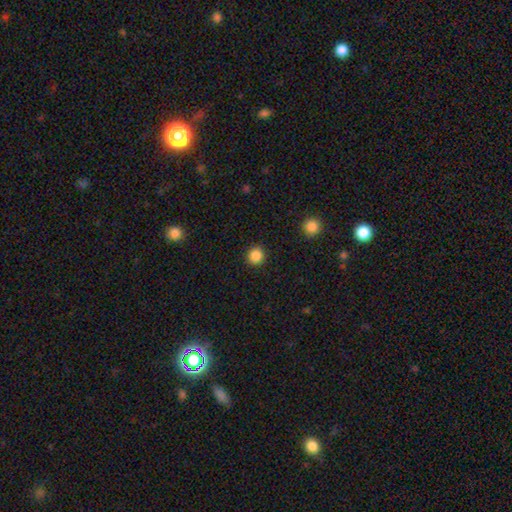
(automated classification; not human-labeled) Smooth or featured? Predicted: smooth (p=0.86). How rounded? Predicted: round (p=0.93). Merging? Predicted: none (p=0.92).